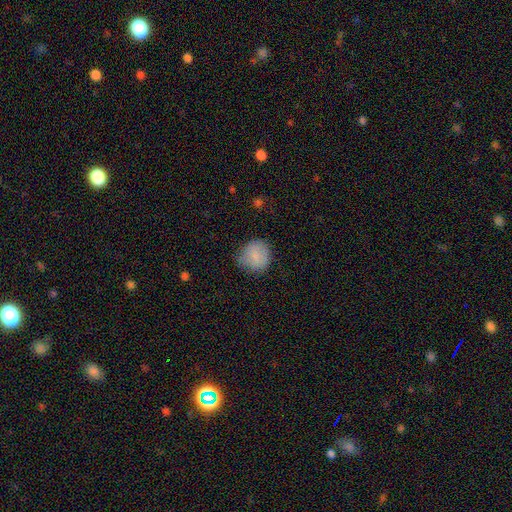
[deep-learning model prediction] smooth 83%, featured or disk 9%, star or artifact 8%. Down the decision tree: how rounded — round (85%); merging — none (67%).